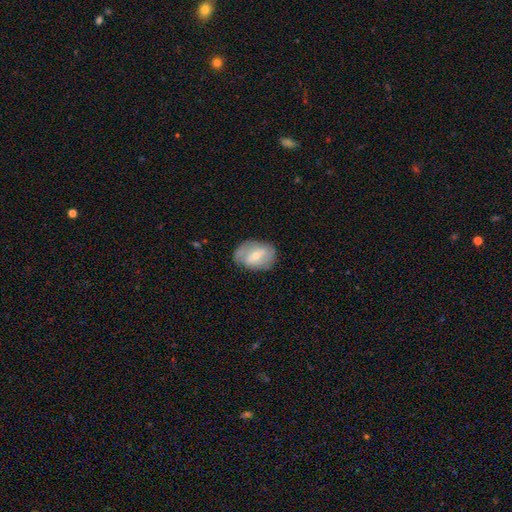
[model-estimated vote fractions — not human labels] smooth_or_featured: featured or disk (p=0.54) [alt: smooth p=0.39]
disk_edge_on: no (p=0.95) [alt: yes p=0.05]
bar: weak (p=0.45) [alt: no p=0.36]
has_spiral_arms: yes (p=0.67) [alt: no p=0.33]
bulge_size: small (p=0.53) [alt: moderate p=0.43]
merging: none (p=0.66) [alt: minor disturbance p=0.24]